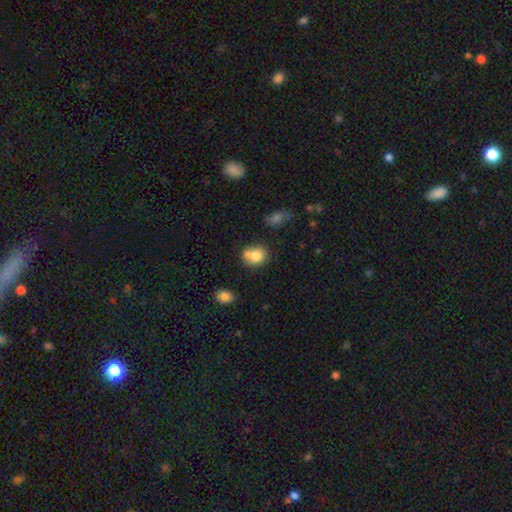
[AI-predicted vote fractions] smooth 78%, featured or disk 12%, star or artifact 10%. Down the decision tree: how rounded — round (66%); merging — none (48%).